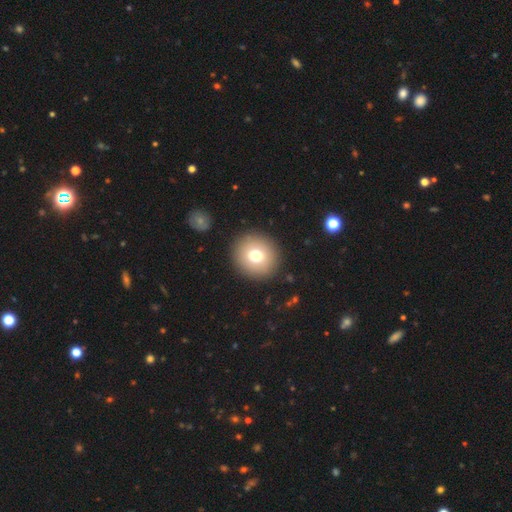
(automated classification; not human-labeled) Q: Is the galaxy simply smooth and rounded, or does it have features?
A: smooth — 73%.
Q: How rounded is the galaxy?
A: round — 91%.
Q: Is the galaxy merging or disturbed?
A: none — 90%.